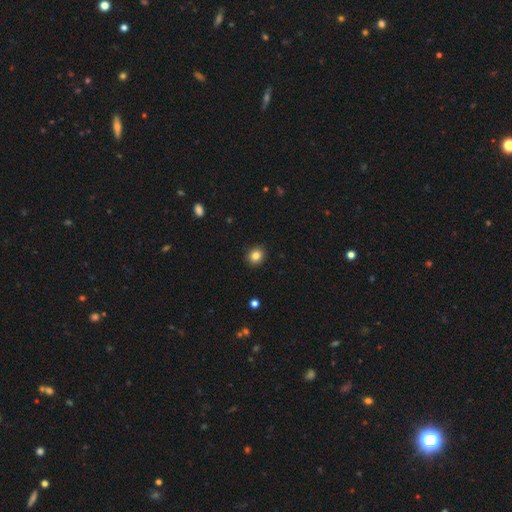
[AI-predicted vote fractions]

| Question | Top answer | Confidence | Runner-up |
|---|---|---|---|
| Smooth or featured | smooth | 84% | star or artifact (11%) |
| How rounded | round | 76% | in between (23%) |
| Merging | none | 91% | minor disturbance (6%) |